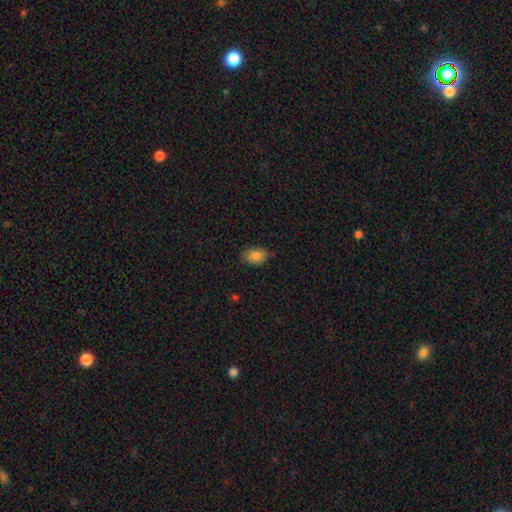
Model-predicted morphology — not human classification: smooth_or_featured: smooth (p=0.85) [alt: star or artifact p=0.09]
how_rounded: in between (p=0.86) [alt: round p=0.13]
merging: none (p=0.76) [alt: minor disturbance p=0.20]